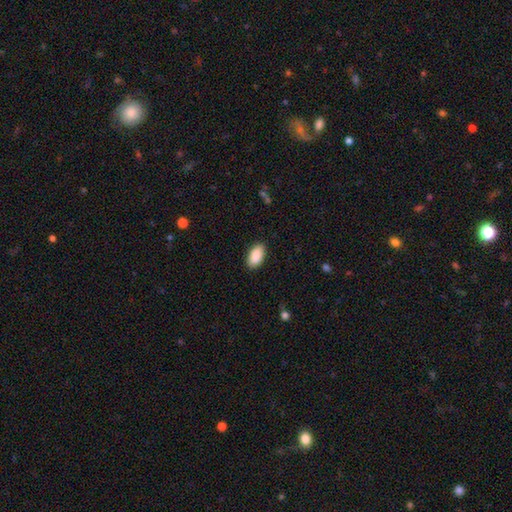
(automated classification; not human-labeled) smooth 90%, star or artifact 6%, featured or disk 4%. Down the decision tree: how rounded — in between (95%); merging — none (89%).